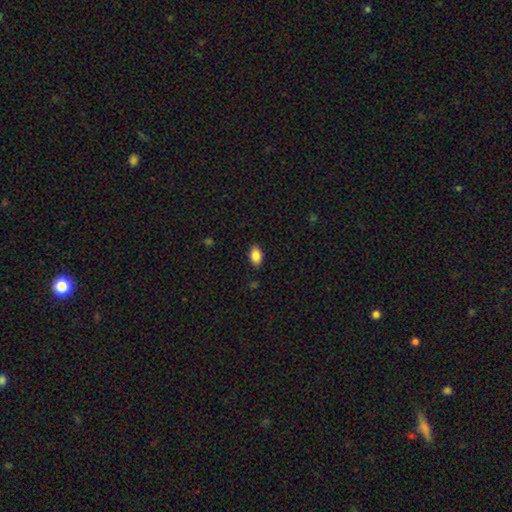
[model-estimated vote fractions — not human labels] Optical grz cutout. It shows a smooth galaxy with no disk features (87%) that is in between round and cigar-shaped (91%). Merging: none (88%).